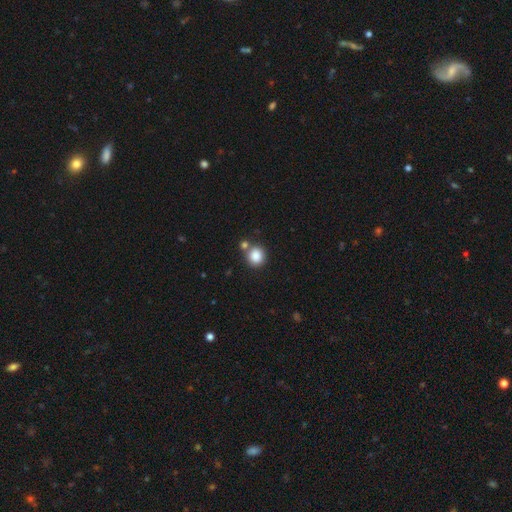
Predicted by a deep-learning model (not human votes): This appears to be a smooth galaxy with no disk features (85%) that is round (85%). Merging: none (66%).